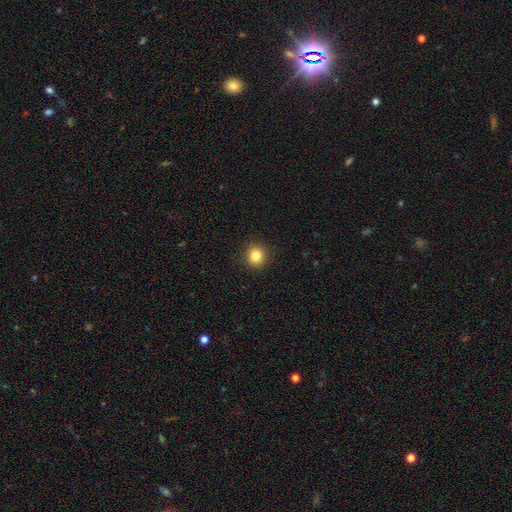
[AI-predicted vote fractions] Smooth or featured? smooth (84%)
How rounded? round (89%)
Merging? none (90%)